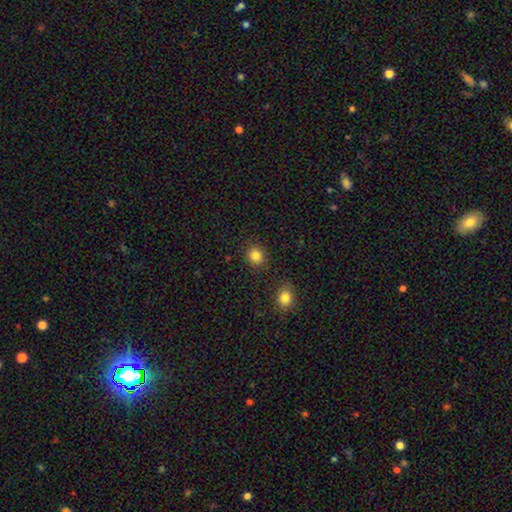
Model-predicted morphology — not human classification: smooth 85%, star or artifact 11%, featured or disk 5%. Down the decision tree: how rounded — round (76%); merging — none (87%).